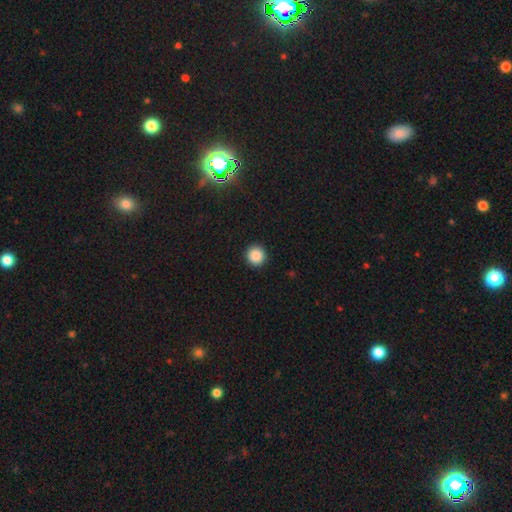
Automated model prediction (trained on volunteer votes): The model was most divided on "smooth or featured": smooth: 88%, star or artifact: 9%, featured or disk: 3%. More confident: how rounded — round (95%); merging — none (93%).